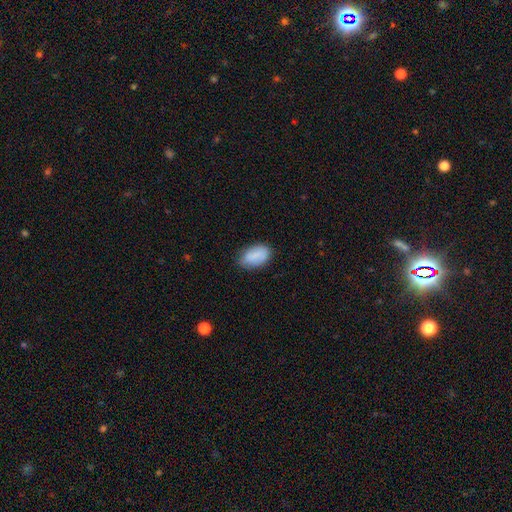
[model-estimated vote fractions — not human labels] Smooth or featured? smooth (83%)
How rounded? in between (93%)
Merging? none (73%)